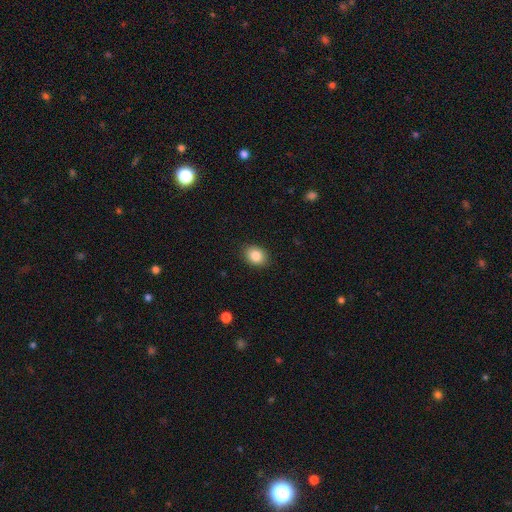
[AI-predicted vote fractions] smooth_or_featured: smooth (p=0.86) [alt: star or artifact p=0.09]
how_rounded: in between (p=0.54) [alt: round p=0.45]
merging: none (p=0.89) [alt: minor disturbance p=0.08]